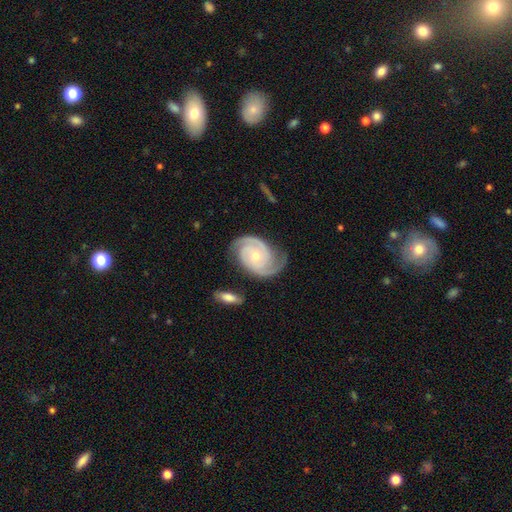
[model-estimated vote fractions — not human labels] Smooth or featured? Predicted: featured or disk (p=0.91). Edge-on disk? Predicted: no (p=0.97). Bar? Predicted: no (p=0.76). Spiral arms? Predicted: yes (p=0.98). Spiral winding? Predicted: tight (p=0.60). Spiral arm count? Predicted: 2 (p=0.84). Bulge size? Predicted: small (p=0.54). Merging? Predicted: none (p=0.77).